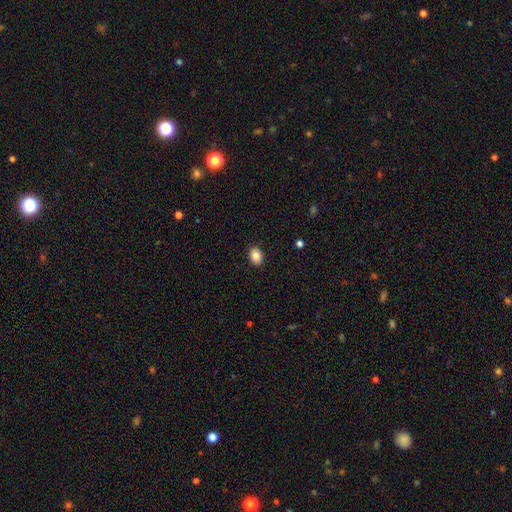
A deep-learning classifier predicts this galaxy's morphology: This is clearly a smooth galaxy (86%). How rounded: likely in between (68%). Merging: clearly none (89%).